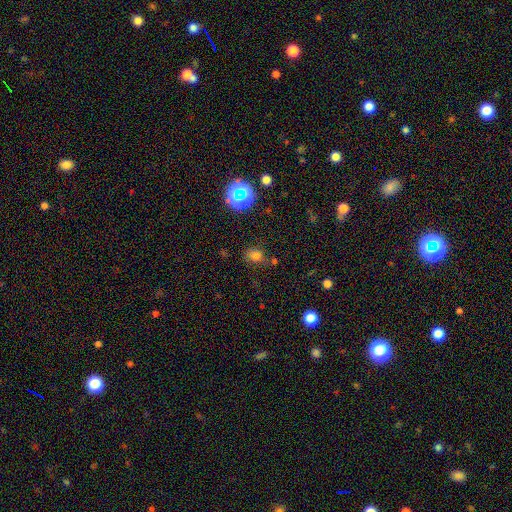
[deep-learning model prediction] Smooth or featured: smooth — 69% (star or artifact — 24%)
How rounded: round — 54% (in between — 45%)
Merging: none — 72% (minor disturbance — 17%)